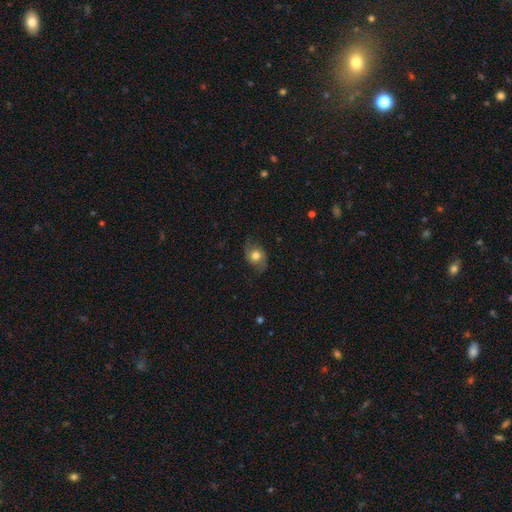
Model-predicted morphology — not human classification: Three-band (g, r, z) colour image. It shows a smooth galaxy with no disk features (46%). Merging: none (72%).